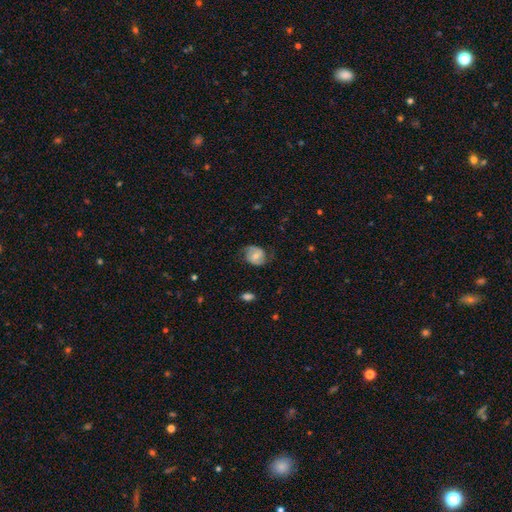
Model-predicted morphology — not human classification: A featured or disk galaxy (65%) with no bar (46%), 2 (86%) medium (45%) spiral arms (88%) and a moderate central bulge (52%). Merging: none (70%).